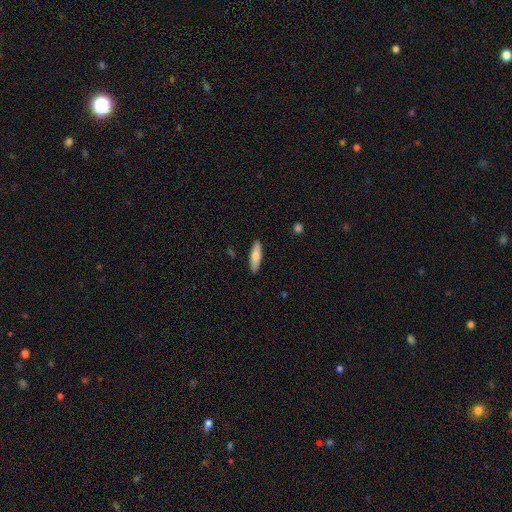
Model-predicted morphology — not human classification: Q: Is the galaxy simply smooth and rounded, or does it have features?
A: smooth — 76%.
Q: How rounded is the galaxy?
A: cigar-shaped — 60%.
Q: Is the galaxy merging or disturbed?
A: none — 89%.